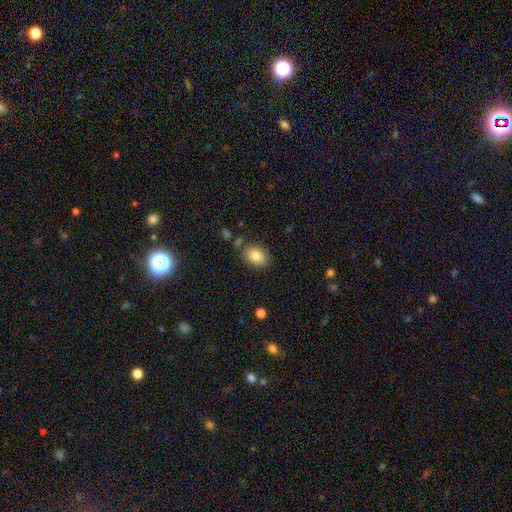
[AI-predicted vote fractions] smooth-or-featured: smooth: 83% | featured or disk: 9% | star or artifact: 8%
  how-rounded: in between: 78% | round: 21% | cigar-shaped: 1%
  merging: none: 79% | minor disturbance: 13% | merger: 5% | major disturbance: 3%